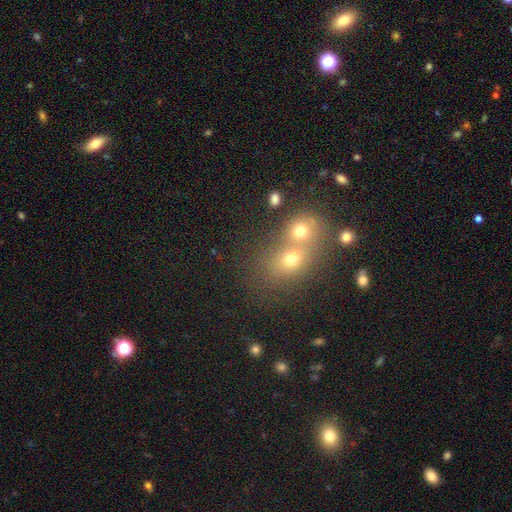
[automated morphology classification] This appears to be a smooth galaxy with no disk features (55%) that is round (65%). Merging: merger (51%).